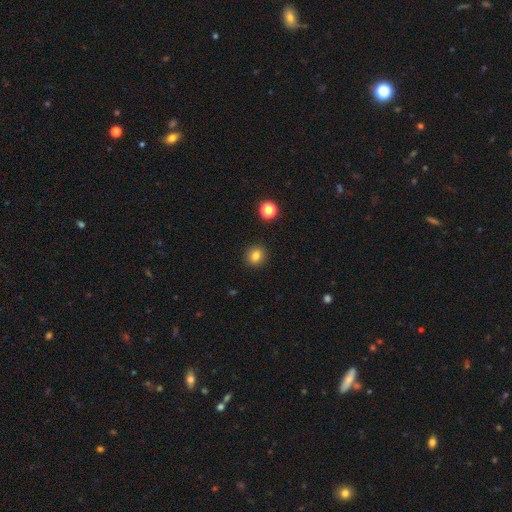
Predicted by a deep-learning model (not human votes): This appears to be a smooth galaxy with no disk features (81%) that is round (84%). Merging: none (91%).